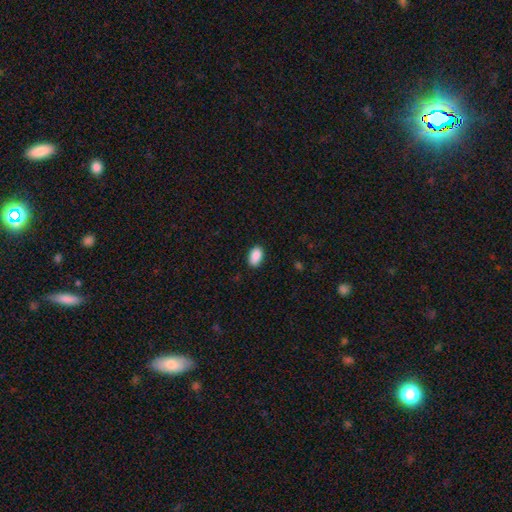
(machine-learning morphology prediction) smooth 90%, star or artifact 7%, featured or disk 3%. Down the decision tree: how rounded — in between (93%); merging — none (86%).